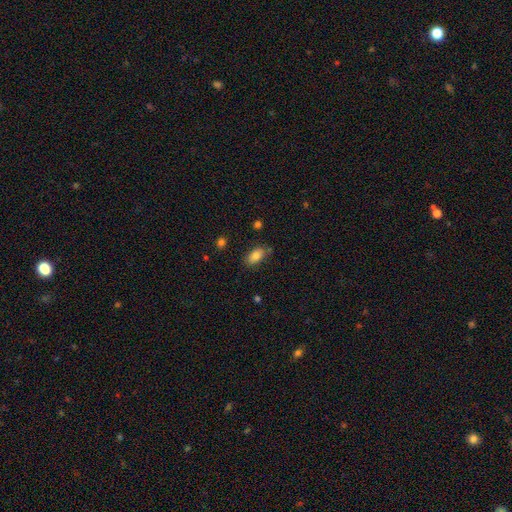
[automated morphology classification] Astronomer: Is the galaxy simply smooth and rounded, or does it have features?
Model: smooth — 80%.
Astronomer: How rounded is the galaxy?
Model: in between — 91%.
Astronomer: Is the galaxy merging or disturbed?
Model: none — 77%.